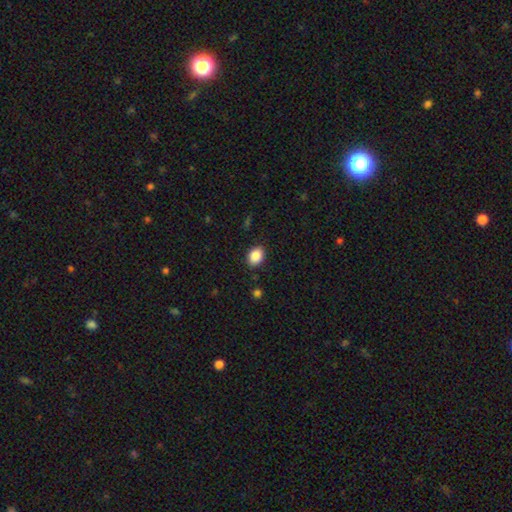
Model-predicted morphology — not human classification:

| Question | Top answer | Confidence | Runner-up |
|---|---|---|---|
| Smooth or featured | smooth | 87% | star or artifact (8%) |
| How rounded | in between | 70% | round (29%) |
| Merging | none | 88% | minor disturbance (9%) |